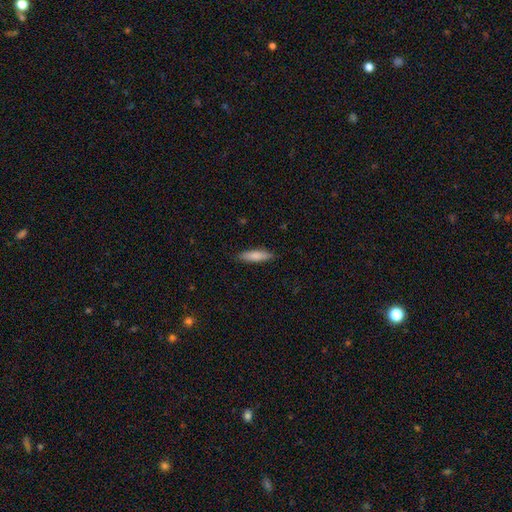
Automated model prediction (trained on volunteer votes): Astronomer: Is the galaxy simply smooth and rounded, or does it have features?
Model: smooth — 82%.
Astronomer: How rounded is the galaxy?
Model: cigar-shaped — 69%.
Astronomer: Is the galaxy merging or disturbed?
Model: none — 88%.